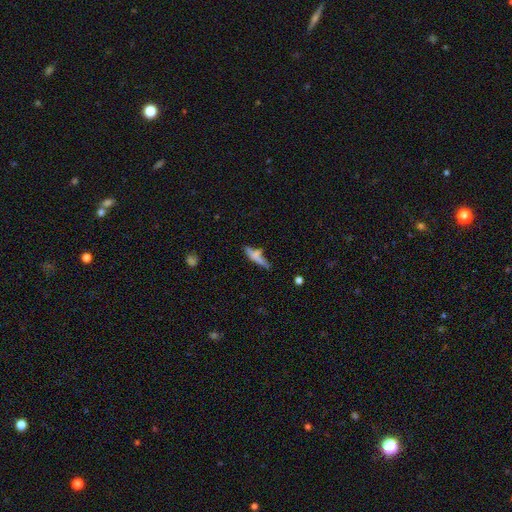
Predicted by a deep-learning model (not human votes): A smooth galaxy with no disk features (59%) that is cigar-shaped (80%).

Vote fractions:
- Smooth or featured? smooth: 59% / featured or disk: 32% / star or artifact: 9%
- How rounded? cigar-shaped: 80% / in between: 17% / round: 3%
- Merging? none: 50% / minor disturbance: 21% / merger: 19% / major disturbance: 11%